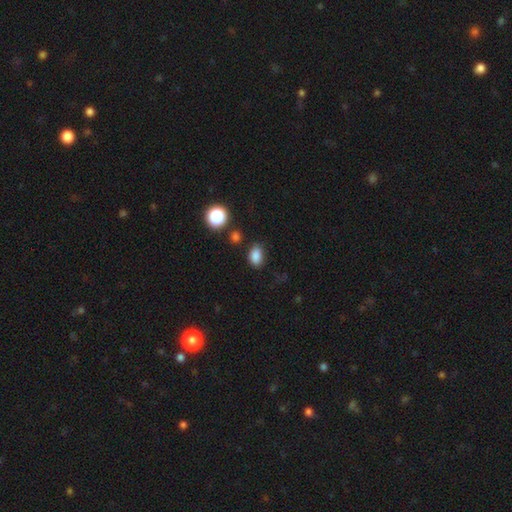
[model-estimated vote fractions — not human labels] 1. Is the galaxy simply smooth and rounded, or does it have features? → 84% smooth, 12% star or artifact, 4% featured or disk.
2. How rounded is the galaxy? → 81% in between, 18% round, 1% cigar-shaped.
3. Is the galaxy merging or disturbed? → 77% none, 15% minor disturbance, 4% major disturbance, 4% merger.